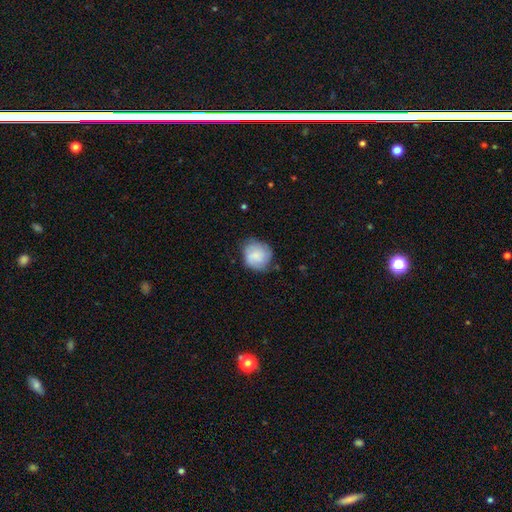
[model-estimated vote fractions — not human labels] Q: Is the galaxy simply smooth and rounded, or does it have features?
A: smooth — 65%.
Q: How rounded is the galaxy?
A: round — 78%.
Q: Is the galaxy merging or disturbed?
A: none — 67%.